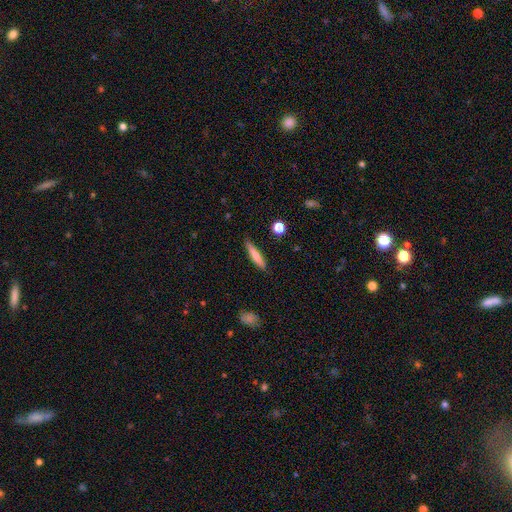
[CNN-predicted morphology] type=smooth (68%); roundness=cigar-shaped (88%); merging=none (87%).